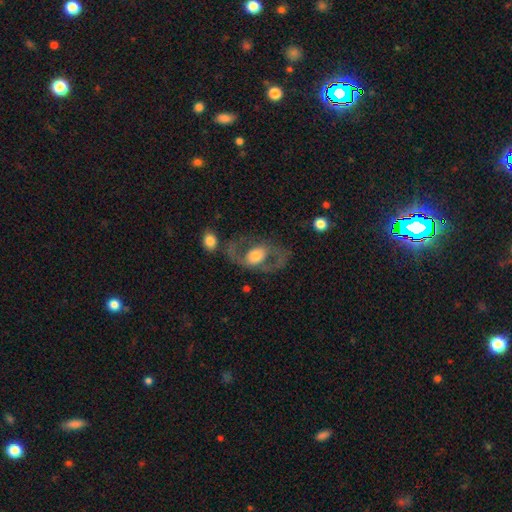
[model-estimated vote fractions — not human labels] Smooth or featured? featured or disk (66%)
Edge-on disk? no (94%)
Bar? no (60%)
Spiral arms? yes (61%)
Bulge size? moderate (51%)
Merging? none (60%)